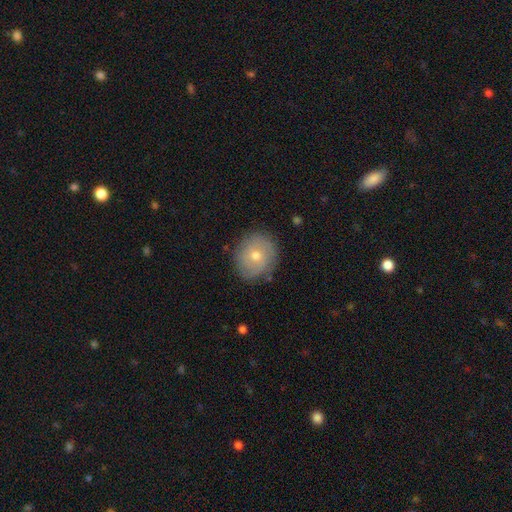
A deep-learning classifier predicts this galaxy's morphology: Q: Smooth or featured?
A: smooth (49%); runner-up: featured or disk (41%)
Q: Merging?
A: none (83%); runner-up: minor disturbance (13%)